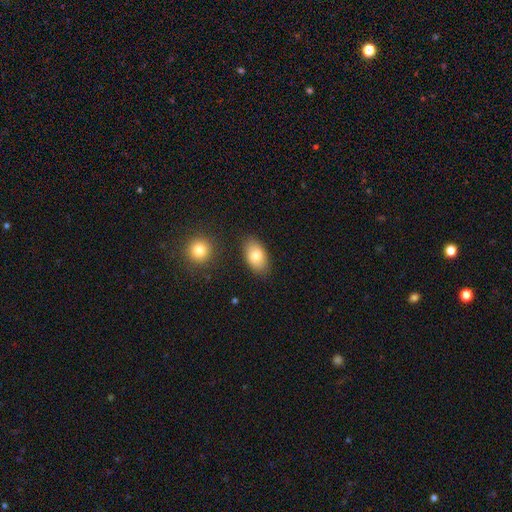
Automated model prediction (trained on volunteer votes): smooth 81%, featured or disk 12%, star or artifact 7%. Down the decision tree: how rounded — in between (91%); merging — none (81%).